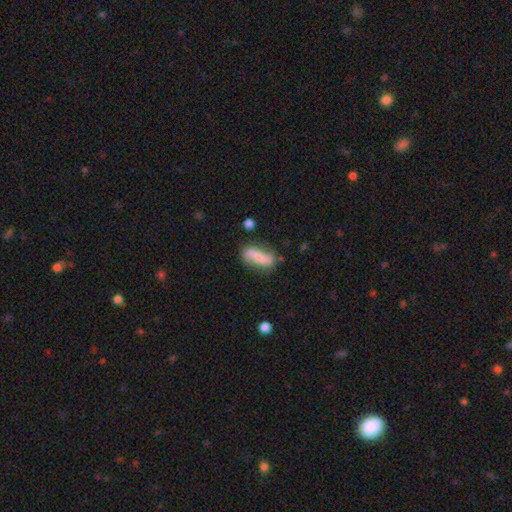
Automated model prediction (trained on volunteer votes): smooth 47%, featured or disk 45%, star or artifact 8%. Down the decision tree: merging — none (66%).